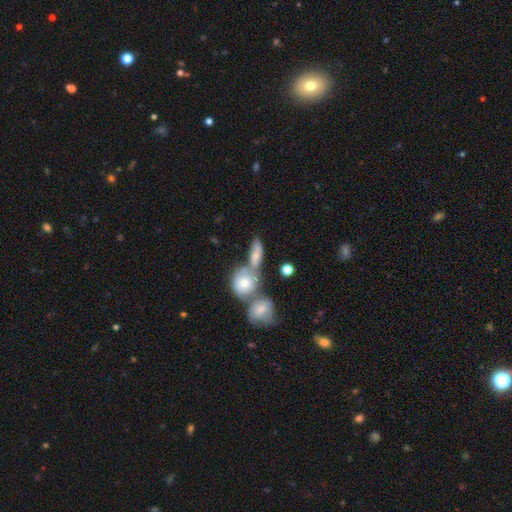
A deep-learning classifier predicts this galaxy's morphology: smooth_or_featured: smooth (p=0.64) [alt: featured or disk p=0.27]
how_rounded: in between (p=0.63) [alt: round p=0.22]
merging: merger (p=0.50) [alt: none p=0.31]